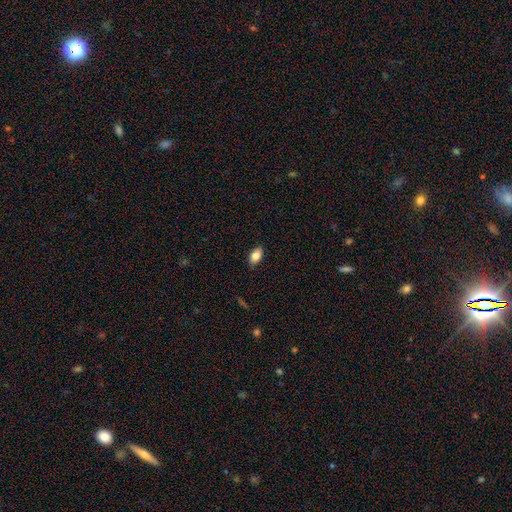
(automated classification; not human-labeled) A smooth galaxy with no disk features (84%) that is in between round and cigar-shaped (90%).

Vote fractions:
- Smooth or featured? smooth: 84% / featured or disk: 8% / star or artifact: 8%
- How rounded? in between: 90% / round: 8% / cigar-shaped: 3%
- Merging? none: 87% / minor disturbance: 10% / major disturbance: 2% / merger: 1%